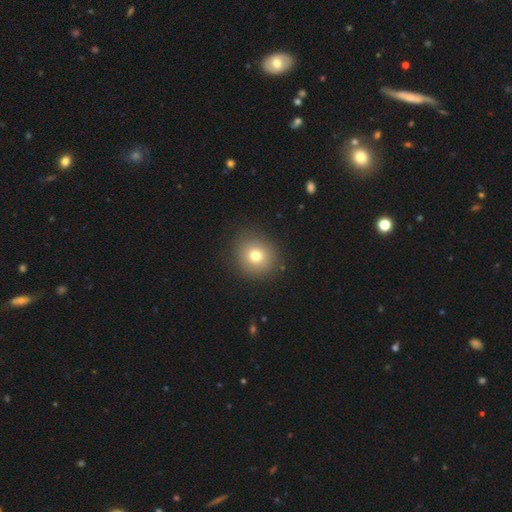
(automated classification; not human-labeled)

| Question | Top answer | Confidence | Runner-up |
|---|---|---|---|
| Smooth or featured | smooth | 76% | star or artifact (13%) |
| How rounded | round | 88% | in between (11%) |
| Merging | none | 88% | minor disturbance (8%) |